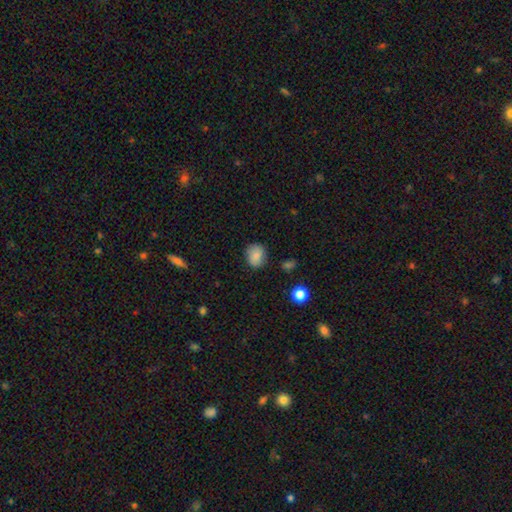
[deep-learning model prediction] Smooth or featured: smooth — 83% (star or artifact — 9%)
How rounded: round — 64% (in between — 35%)
Merging: none — 82% (minor disturbance — 14%)